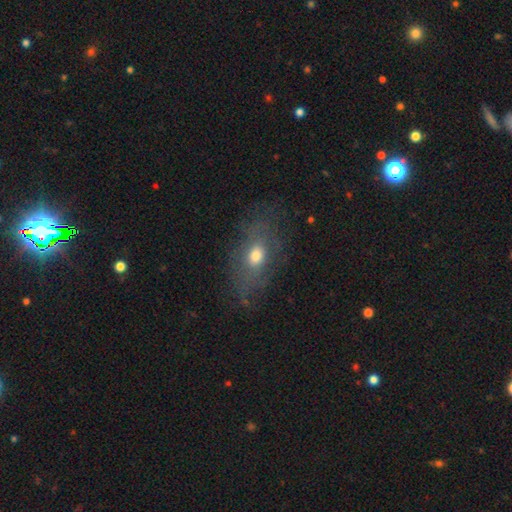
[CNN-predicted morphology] type=smooth (56%); roundness=in between (79%); merging=none (68%).